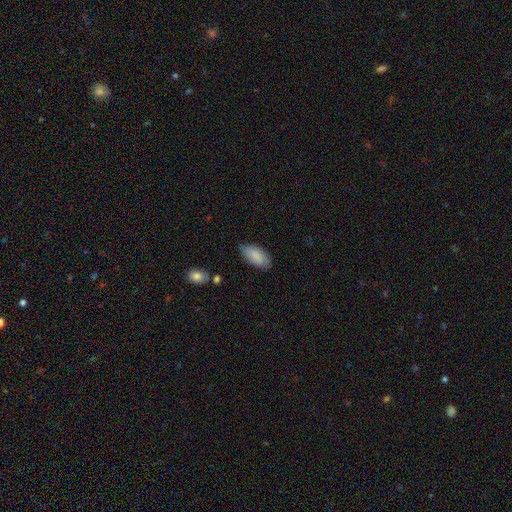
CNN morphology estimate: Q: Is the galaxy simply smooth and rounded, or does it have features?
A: smooth — 81%.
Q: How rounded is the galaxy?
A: in between — 92%.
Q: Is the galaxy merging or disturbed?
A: none — 70%.